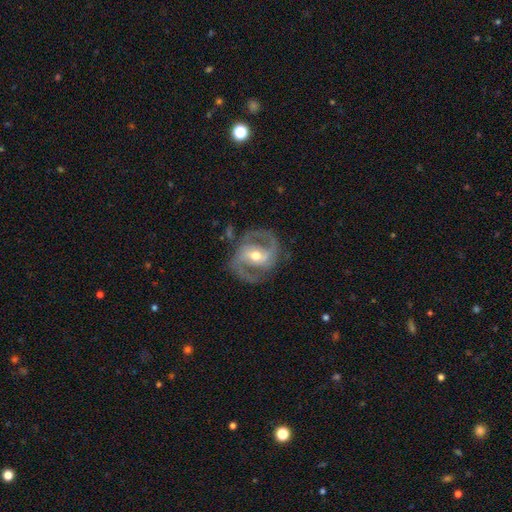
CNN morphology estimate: This appears to be a featured or disk galaxy (90%) with a strong bar (42%), 2 (91%) medium (59%) spiral arms (96%) and a moderate central bulge (64%). Merging: none (79%).